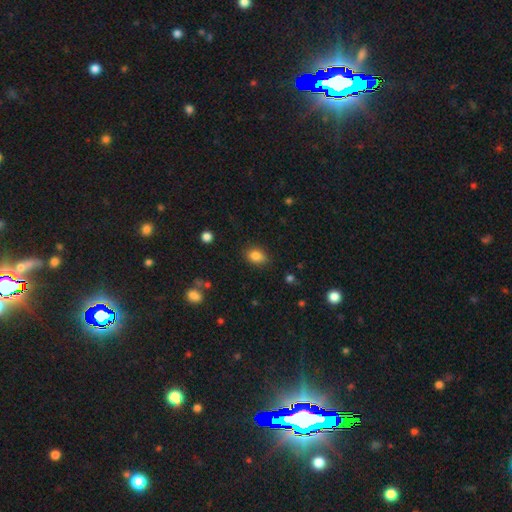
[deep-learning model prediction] smooth 83%, star or artifact 10%, featured or disk 6%. Down the decision tree: how rounded — in between (72%); merging — none (82%).